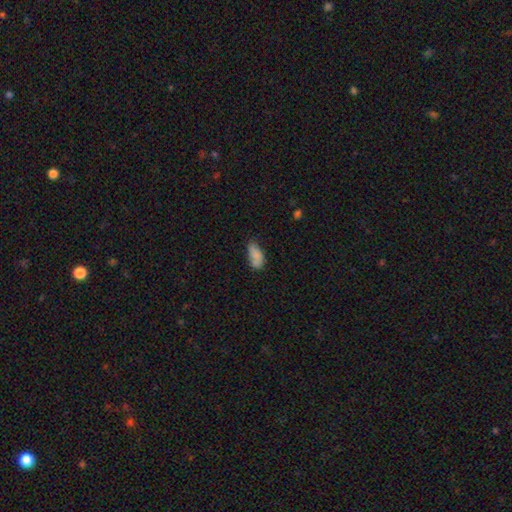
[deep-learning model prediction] Smooth or featured? Predicted: smooth (p=0.79). How rounded? Predicted: in between (p=0.89). Merging? Predicted: none (p=0.50).